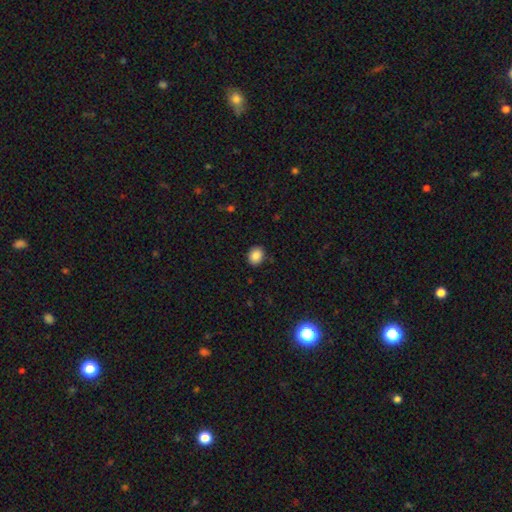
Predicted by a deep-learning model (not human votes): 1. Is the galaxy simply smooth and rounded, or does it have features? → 87% smooth, 9% star or artifact, 4% featured or disk.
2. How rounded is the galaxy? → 50% in between, 49% round, 1% cigar-shaped.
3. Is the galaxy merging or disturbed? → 88% none, 8% minor disturbance, 2% major disturbance, 1% merger.